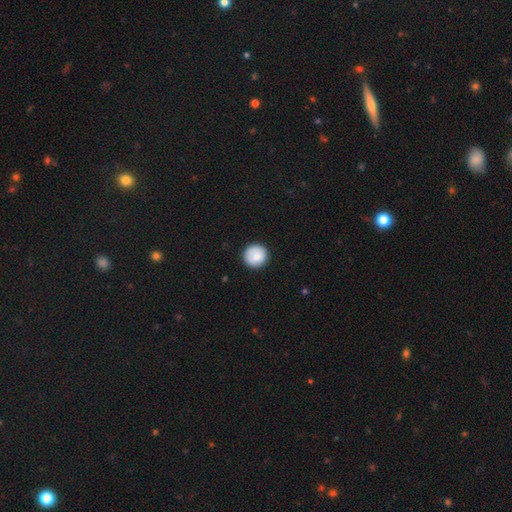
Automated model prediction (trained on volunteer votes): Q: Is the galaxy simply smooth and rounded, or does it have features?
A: smooth — 81%.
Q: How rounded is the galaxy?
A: round — 95%.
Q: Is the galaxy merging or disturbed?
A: none — 87%.